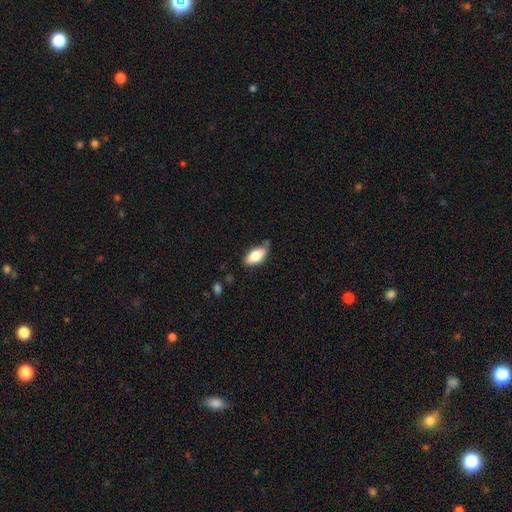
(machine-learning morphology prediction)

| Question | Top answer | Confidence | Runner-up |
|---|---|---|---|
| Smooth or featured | smooth | 79% | featured or disk (14%) |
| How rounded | in between | 90% | cigar-shaped (7%) |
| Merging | none | 68% | minor disturbance (24%) |